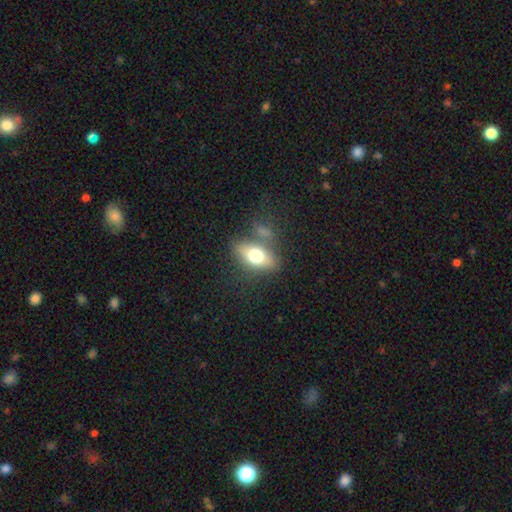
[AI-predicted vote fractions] Q: Smooth or featured?
A: smooth (67%); runner-up: featured or disk (25%)
Q: How rounded?
A: in between (81%); runner-up: round (11%)
Q: Merging?
A: none (63%); runner-up: minor disturbance (17%)